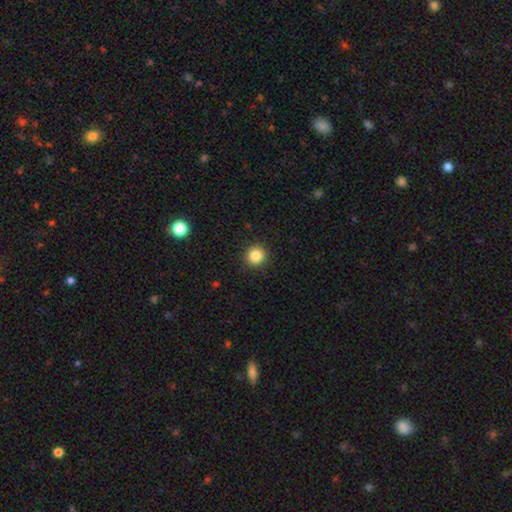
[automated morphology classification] A smooth galaxy with no disk features (86%) that is round (94%).

Vote fractions:
- Smooth or featured? smooth: 86% / star or artifact: 10% / featured or disk: 4%
- How rounded? round: 94% / in between: 5% / cigar-shaped: 1%
- Merging? none: 91% / minor disturbance: 6% / major disturbance: 2% / merger: 1%